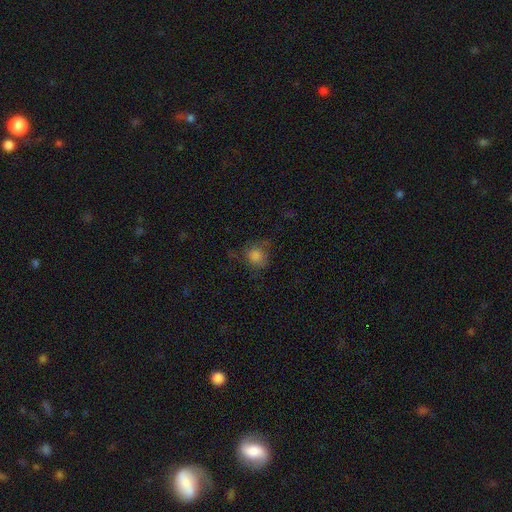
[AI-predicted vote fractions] smooth_or_featured: smooth (p=0.76) [alt: star or artifact p=0.13]
how_rounded: round (p=0.79) [alt: in between p=0.20]
merging: none (p=0.57) [alt: minor disturbance p=0.24]